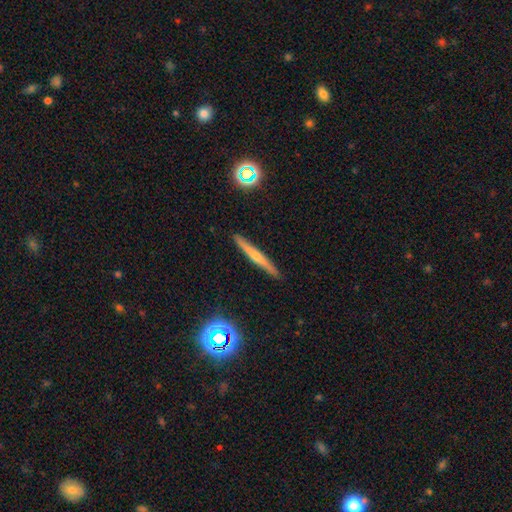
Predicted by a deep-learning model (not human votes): featured or disk 52%, smooth 38%, star or artifact 10%. Down the decision tree: edge-on disk — yes (96%); merging — none (91%).